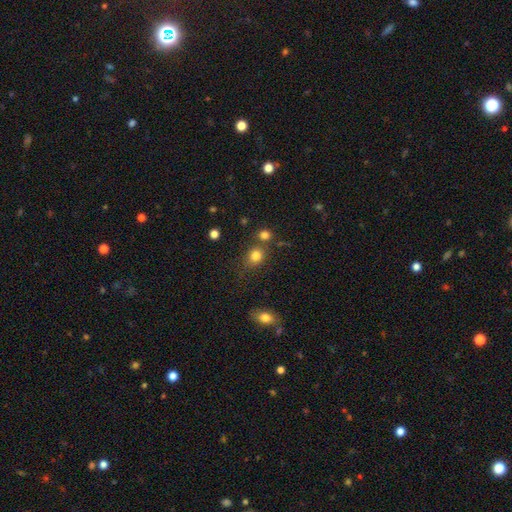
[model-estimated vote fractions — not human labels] Smooth or featured?
  - smooth: 81% *
  - star or artifact: 13%
  - featured or disk: 7%
How rounded?
  - round: 71% *
  - in between: 28%
  - cigar-shaped: 1%
Merging?
  - none: 66% *
  - merger: 17%
  - minor disturbance: 13%
  - major disturbance: 5%